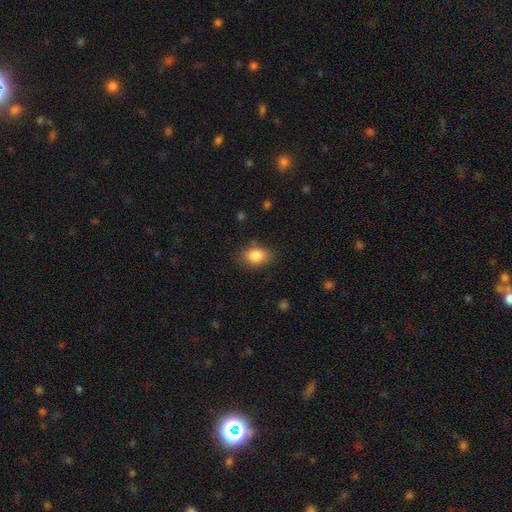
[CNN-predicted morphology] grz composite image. It shows a smooth galaxy with no disk features (85%) that is in between round and cigar-shaped (78%). Merging: none (81%).